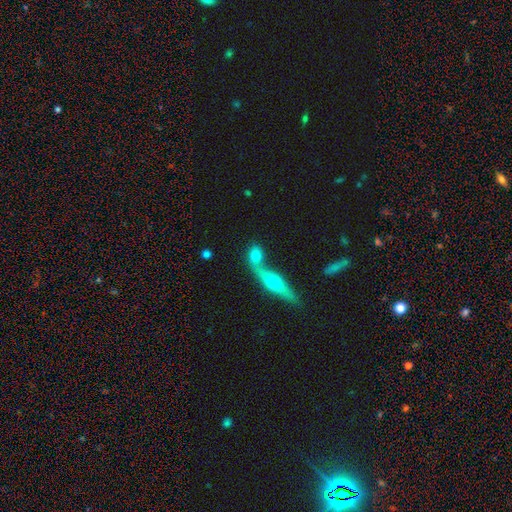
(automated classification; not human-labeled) Overall: smooth (69%). How rounded: in between (52%; round 34%). Merging: merger (48%; none 39%).